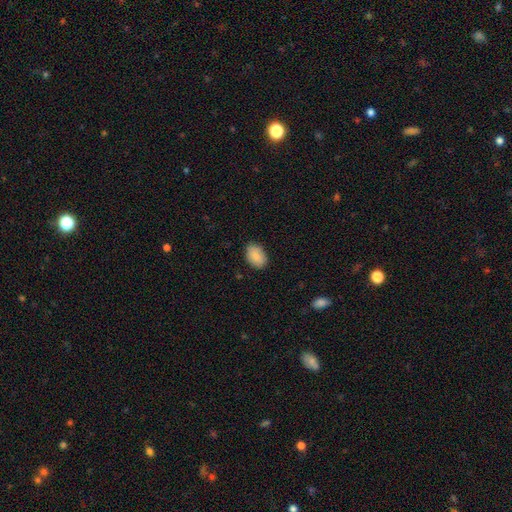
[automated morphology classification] Smooth or featured?
  - smooth: 88% *
  - star or artifact: 7%
  - featured or disk: 5%
How rounded?
  - in between: 86% *
  - round: 13%
  - cigar-shaped: 1%
Merging?
  - none: 84% *
  - minor disturbance: 13%
  - major disturbance: 3%
  - merger: 1%